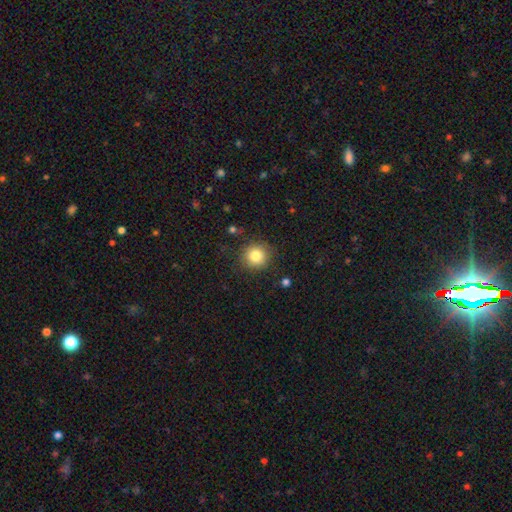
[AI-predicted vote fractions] smooth_or_featured: smooth (p=0.82) [alt: star or artifact p=0.11]
how_rounded: round (p=0.92) [alt: in between p=0.07]
merging: none (p=0.87) [alt: minor disturbance p=0.08]